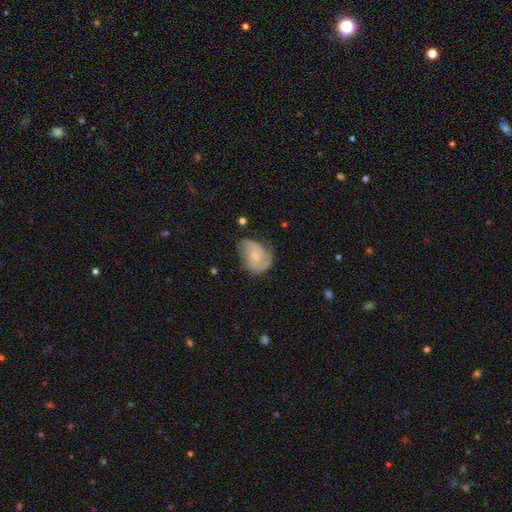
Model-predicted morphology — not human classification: smooth_or_featured: featured or disk (p=0.80) [alt: smooth p=0.14]
disk_edge_on: no (p=0.98) [alt: yes p=0.02]
bar: no (p=0.64) [alt: weak p=0.31]
has_spiral_arms: yes (p=0.96) [alt: no p=0.04]
spiral_winding: medium (p=0.44) [alt: tight p=0.42]
spiral_arm_count: 2 (p=0.74) [alt: can't tell p=0.10]
bulge_size: small (p=0.66) [alt: moderate p=0.19]
merging: none (p=0.63) [alt: minor disturbance p=0.24]